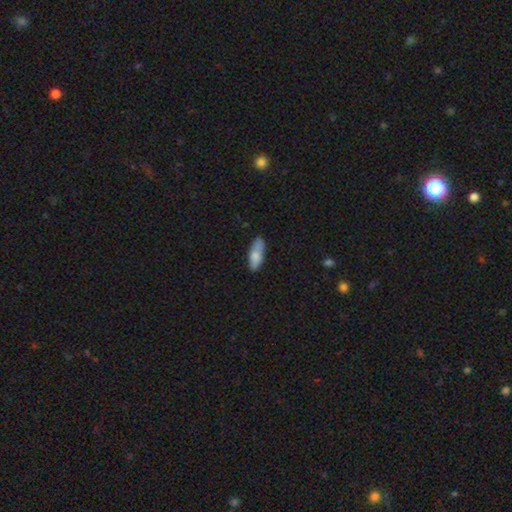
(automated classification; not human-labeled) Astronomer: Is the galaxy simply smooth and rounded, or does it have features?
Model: smooth — 78%.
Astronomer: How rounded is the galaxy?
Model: in between — 65%.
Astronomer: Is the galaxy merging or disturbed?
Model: none — 77%.